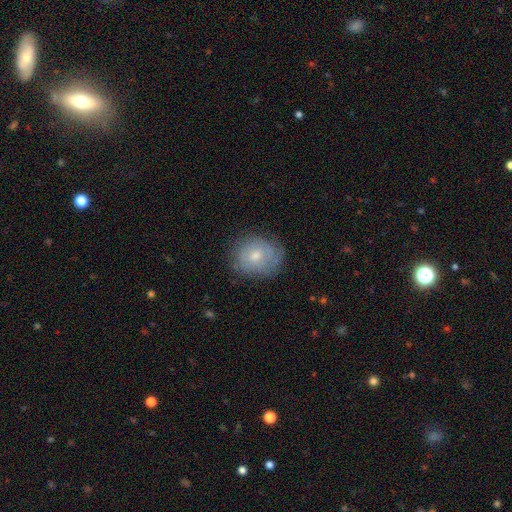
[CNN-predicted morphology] Smooth or featured: smooth — 60% (featured or disk — 32%)
How rounded: round — 65% (in between — 34%)
Merging: none — 70% (minor disturbance — 21%)